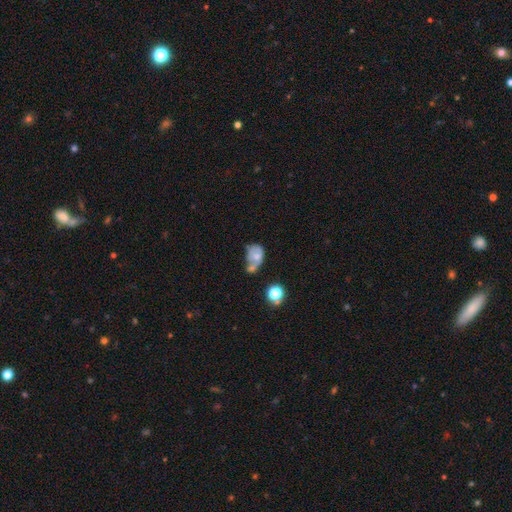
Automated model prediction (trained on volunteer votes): Overall: smooth (51%; featured or disk 37%). How rounded: in between (73%). Merging: merger (37%; major disturbance 22%).